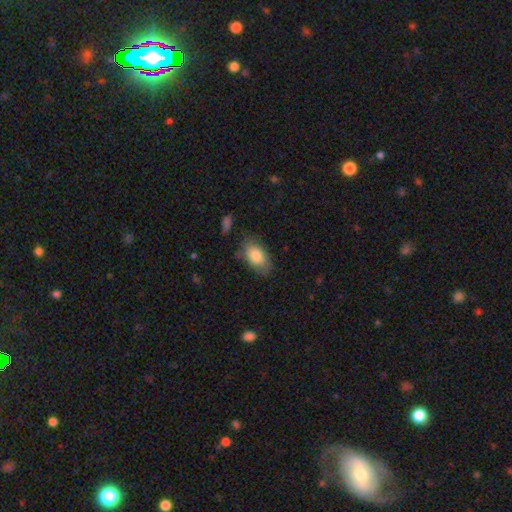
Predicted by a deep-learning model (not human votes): Overall: smooth (79%). How rounded: in between (91%). Merging: none (71%).